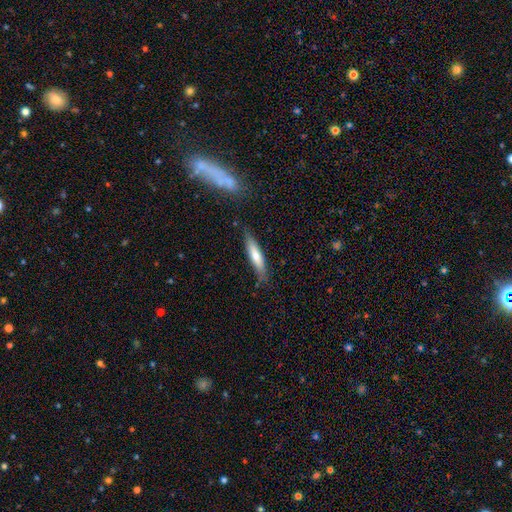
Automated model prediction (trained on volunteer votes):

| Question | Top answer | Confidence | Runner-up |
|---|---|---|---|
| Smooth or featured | smooth | 64% | featured or disk (30%) |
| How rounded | cigar-shaped | 83% | in between (15%) |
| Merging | none | 80% | minor disturbance (15%) |